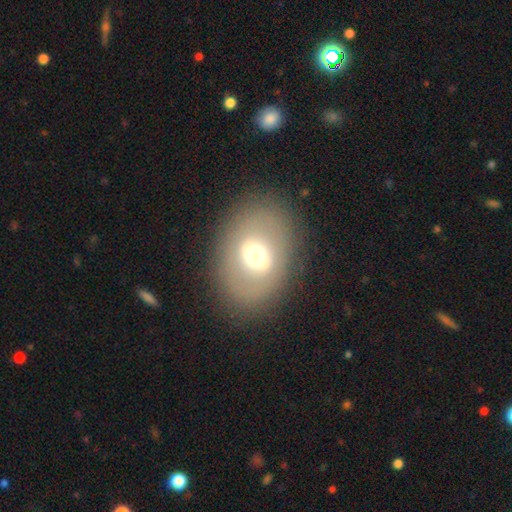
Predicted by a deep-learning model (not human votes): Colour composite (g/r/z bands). It shows a smooth galaxy with no disk features (50%). Merging: none (84%).